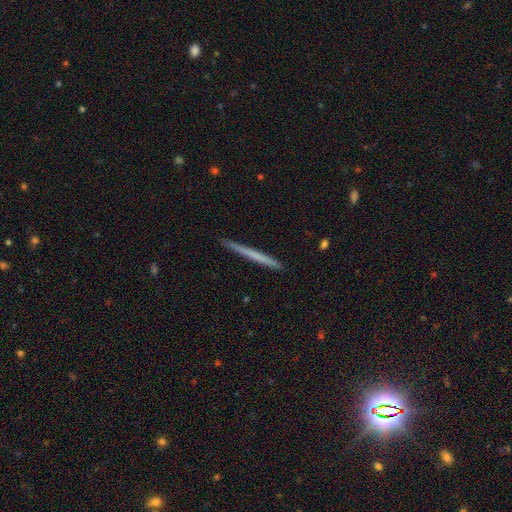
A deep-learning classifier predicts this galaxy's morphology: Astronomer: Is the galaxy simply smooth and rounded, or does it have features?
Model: smooth — 54% (runner-up: featured or disk, 41%).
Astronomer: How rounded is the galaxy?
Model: cigar-shaped — 97%.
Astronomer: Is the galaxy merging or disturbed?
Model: none — 91%.